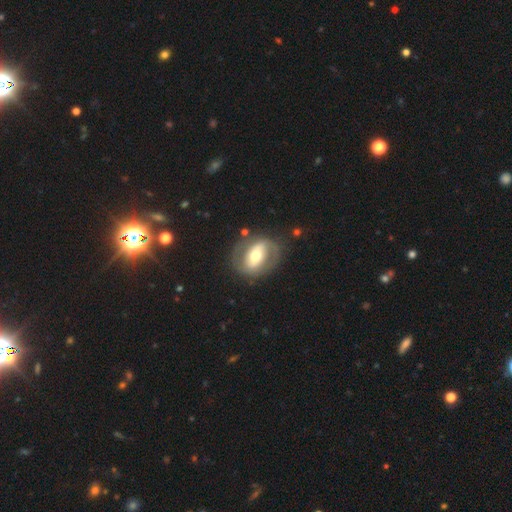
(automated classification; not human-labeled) This appears to be a featured or disk galaxy (69%) with a strong bar (40%), spiral arms (66%) and a moderate central bulge (67%). Merging: none (75%).